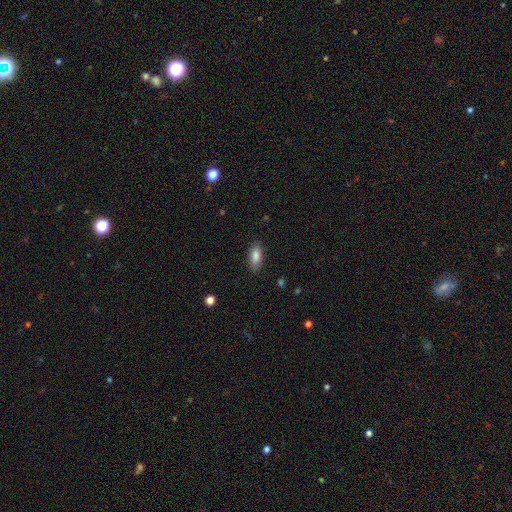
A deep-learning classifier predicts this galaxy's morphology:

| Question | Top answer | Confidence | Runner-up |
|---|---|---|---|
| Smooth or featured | smooth | 85% | featured or disk (7%) |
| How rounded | in between | 86% | cigar-shaped (12%) |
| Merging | none | 85% | minor disturbance (12%) |